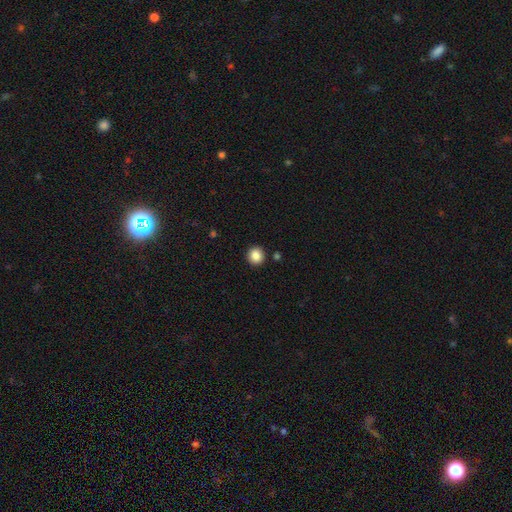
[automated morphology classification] smooth 86%, star or artifact 10%, featured or disk 4%. Down the decision tree: how rounded — round (92%); merging — none (91%).